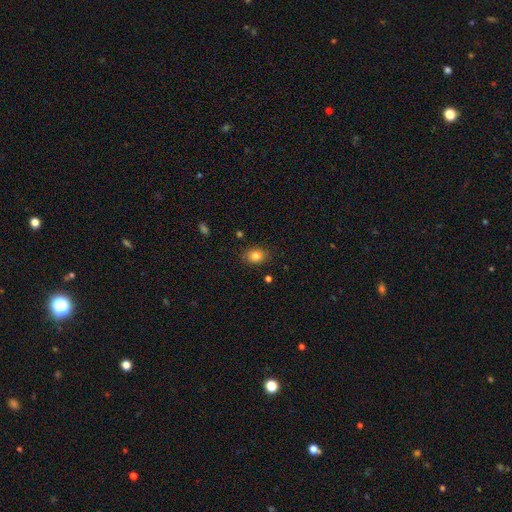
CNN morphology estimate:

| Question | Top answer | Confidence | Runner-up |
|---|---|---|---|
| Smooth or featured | smooth | 82% | star or artifact (10%) |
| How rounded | in between | 60% | round (39%) |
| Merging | none | 85% | minor disturbance (11%) |